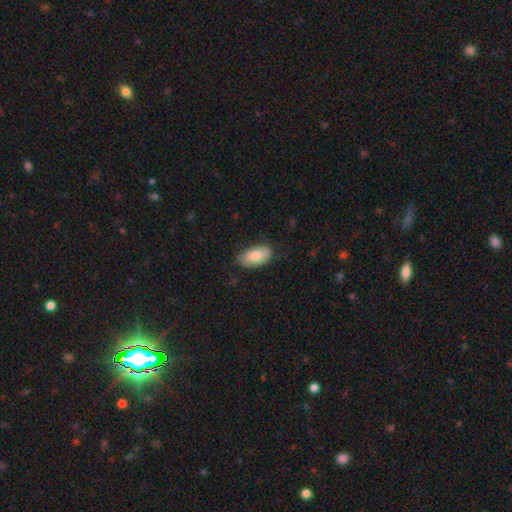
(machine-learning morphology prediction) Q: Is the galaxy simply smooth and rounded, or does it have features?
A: smooth — 83%.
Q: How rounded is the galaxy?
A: in between — 94%.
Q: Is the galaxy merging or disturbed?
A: none — 74%.